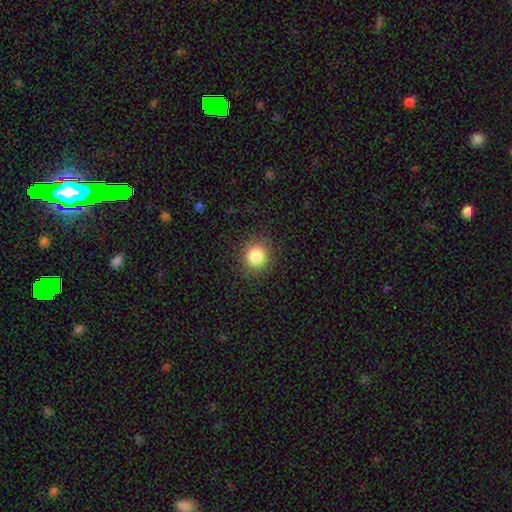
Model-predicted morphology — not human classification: This appears to be a smooth galaxy with no disk features (85%) that is round (85%). Merging: none (88%).